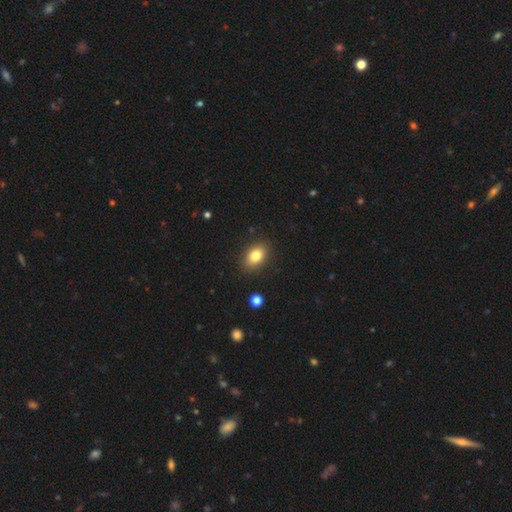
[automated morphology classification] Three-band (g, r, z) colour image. It shows a smooth galaxy with no disk features (81%) that is in between round and cigar-shaped (83%). Merging: none (88%).